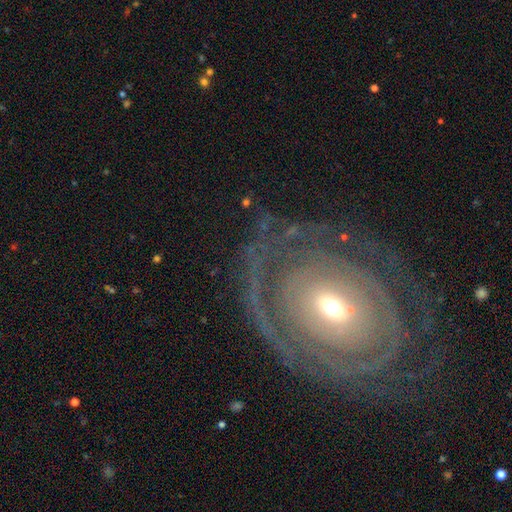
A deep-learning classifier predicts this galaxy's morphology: smooth_or_featured: featured or disk (p=0.82) [alt: smooth p=0.11]
disk_edge_on: no (p=0.95) [alt: yes p=0.05]
bar: no (p=0.58) [alt: weak p=0.26]
has_spiral_arms: yes (p=0.81) [alt: no p=0.19]
spiral_winding: tight (p=0.78) [alt: medium p=0.16]
spiral_arm_count: can't tell (p=0.41) [alt: 2 p=0.22]
bulge_size: small (p=0.49) [alt: moderate p=0.45]
merging: none (p=0.73) [alt: minor disturbance p=0.14]